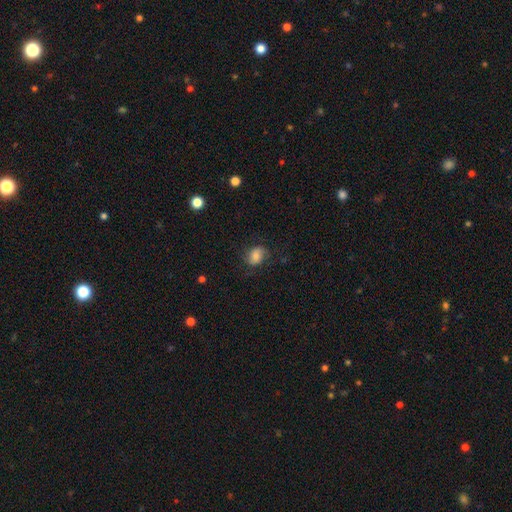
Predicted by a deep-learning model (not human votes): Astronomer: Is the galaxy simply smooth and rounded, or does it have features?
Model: smooth — 70%.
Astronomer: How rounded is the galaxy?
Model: in between — 58% (runner-up: round, 41%).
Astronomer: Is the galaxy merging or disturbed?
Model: none — 69%.